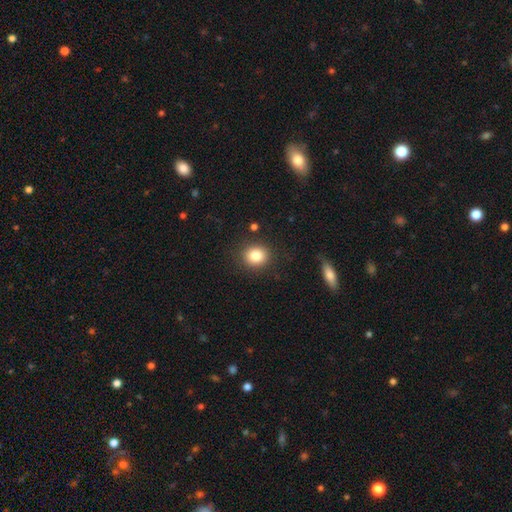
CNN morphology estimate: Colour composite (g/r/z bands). It shows a smooth galaxy with no disk features (83%) that is round (81%). Merging: none (88%).